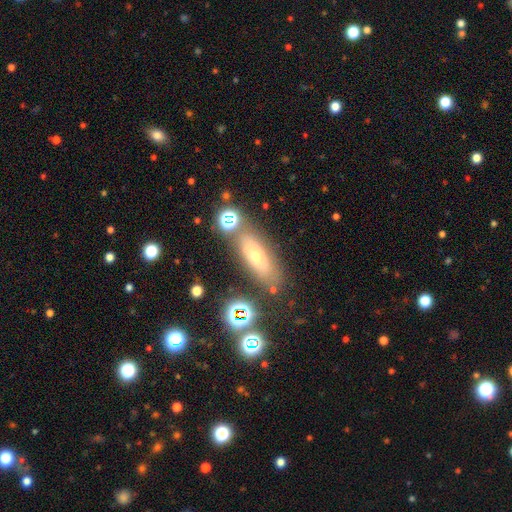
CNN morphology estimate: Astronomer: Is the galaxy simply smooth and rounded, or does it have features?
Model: smooth — 52% (runner-up: featured or disk, 31%).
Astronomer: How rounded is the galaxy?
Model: in between — 59% (runner-up: cigar-shaped, 35%).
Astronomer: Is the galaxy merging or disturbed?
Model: none — 73%.